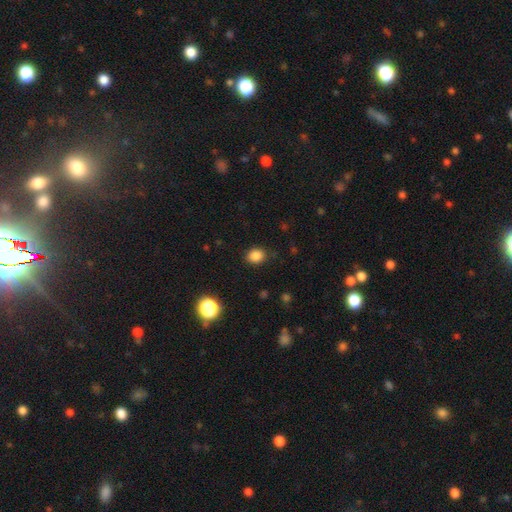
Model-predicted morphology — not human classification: Q: Smooth or featured?
A: smooth (85%); runner-up: star or artifact (11%)
Q: How rounded?
A: round (57%); runner-up: in between (42%)
Q: Merging?
A: none (85%); runner-up: minor disturbance (11%)